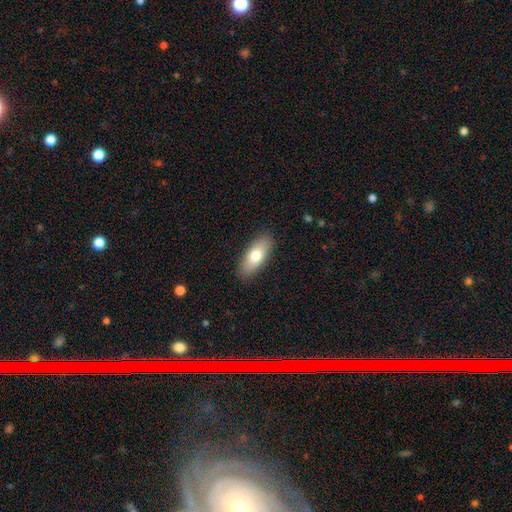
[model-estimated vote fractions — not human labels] This is likely a smooth galaxy (75%). How rounded: likely in between (79%). Merging: clearly none (88%).